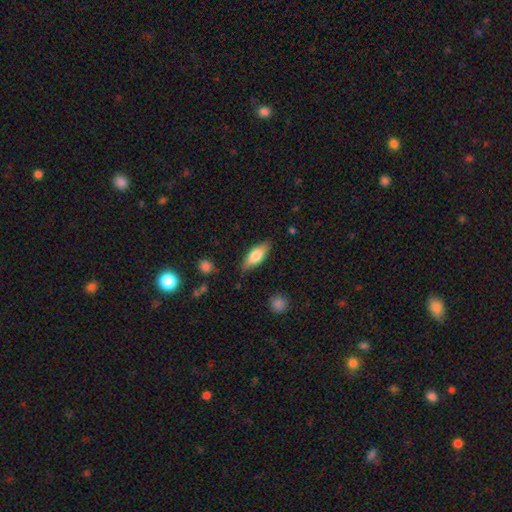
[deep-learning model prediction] A smooth galaxy with no disk features (66%) that is in between round and cigar-shaped (68%). Merging: none (84%).